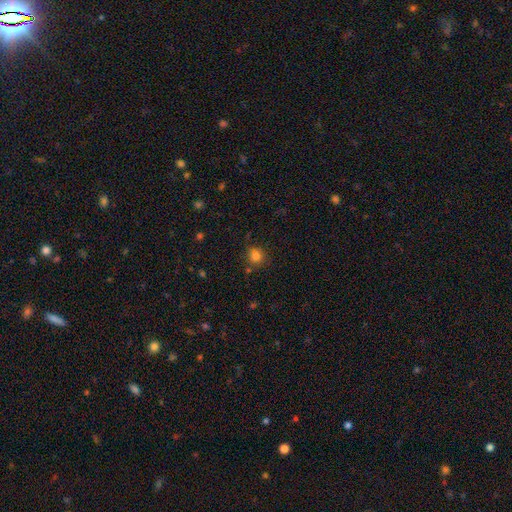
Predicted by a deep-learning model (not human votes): Smooth or featured? smooth (79%)
How rounded? round (84%)
Merging? none (76%)